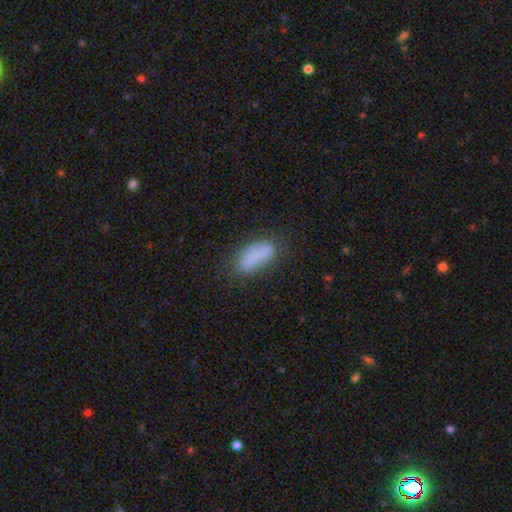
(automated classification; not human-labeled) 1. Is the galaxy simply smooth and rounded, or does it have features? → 77% smooth, 14% featured or disk, 9% star or artifact.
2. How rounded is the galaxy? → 76% in between, 21% cigar-shaped, 3% round.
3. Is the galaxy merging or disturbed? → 61% none, 24% minor disturbance, 9% major disturbance, 6% merger.